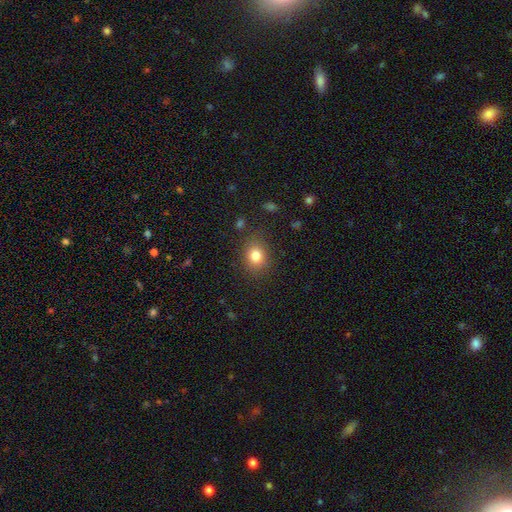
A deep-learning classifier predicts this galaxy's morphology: Smooth or featured: smooth — 81% (star or artifact — 12%)
How rounded: round — 57% (in between — 42%)
Merging: none — 83% (minor disturbance — 11%)